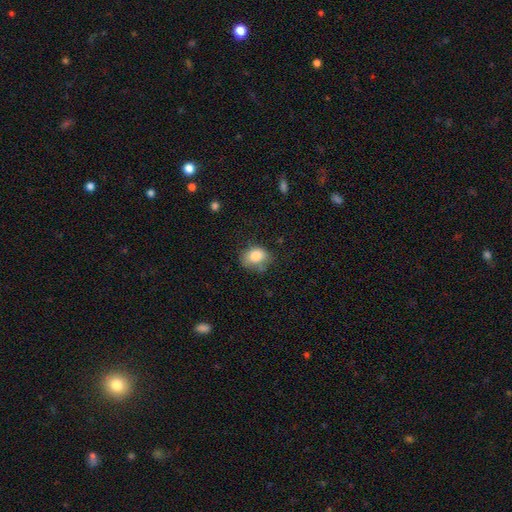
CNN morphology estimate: Overall: smooth (82%). How rounded: in between (60%; round 39%). Merging: none (53%; minor disturbance 32%).